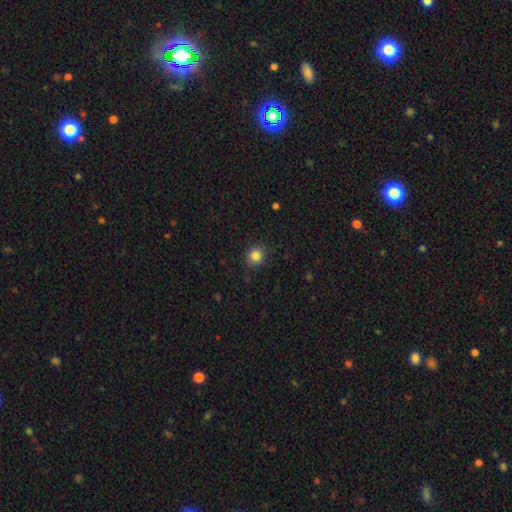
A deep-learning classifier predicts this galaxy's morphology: Q: Smooth or featured?
A: smooth (84%); runner-up: star or artifact (11%)
Q: How rounded?
A: round (85%); runner-up: in between (14%)
Q: Merging?
A: none (90%); runner-up: minor disturbance (7%)